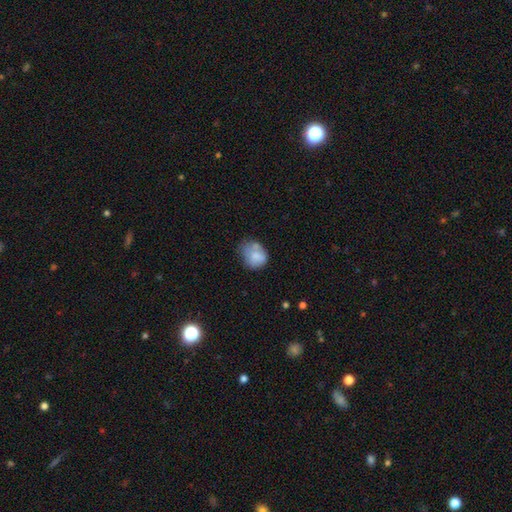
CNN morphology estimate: This is likely a smooth galaxy (72%). How rounded: possibly in between (50%, tied with round). Merging: marginally none (40%).